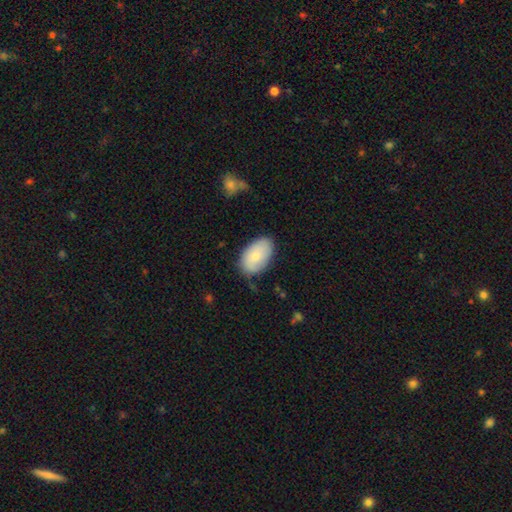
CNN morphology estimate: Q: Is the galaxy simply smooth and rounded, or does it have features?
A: smooth — 76%.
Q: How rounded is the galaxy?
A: in between — 93%.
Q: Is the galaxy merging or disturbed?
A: none — 75%.